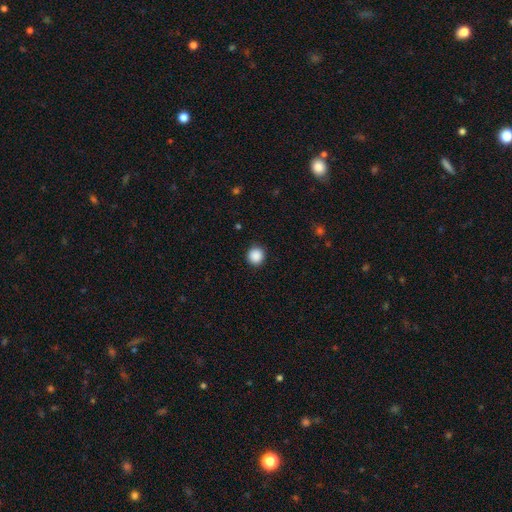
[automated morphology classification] type=smooth (89%); roundness=round (92%); merging=none (91%).